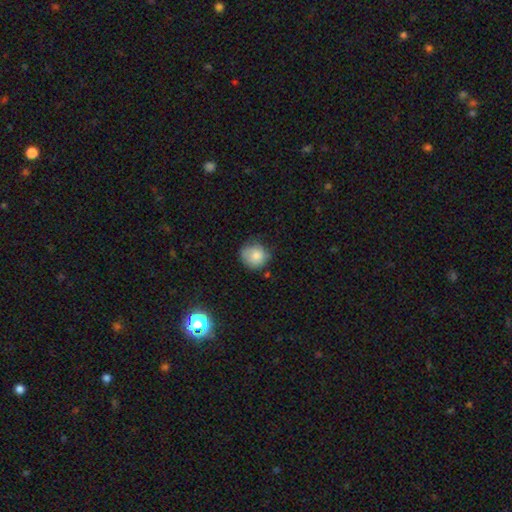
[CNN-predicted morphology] The model was most divided on "merging": none: 66%, minor disturbance: 27%, major disturbance: 6%, merger: 2%. More confident: how rounded — round (84%); smooth or featured — smooth (81%).